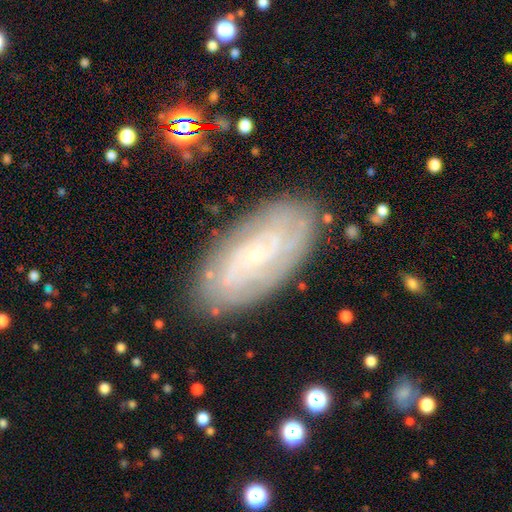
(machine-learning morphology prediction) This appears to be a featured or disk galaxy (73%) with no bar (67%), tight (67%) spiral arms (89%) and a small central bulge (85%). Merging: none (82%).